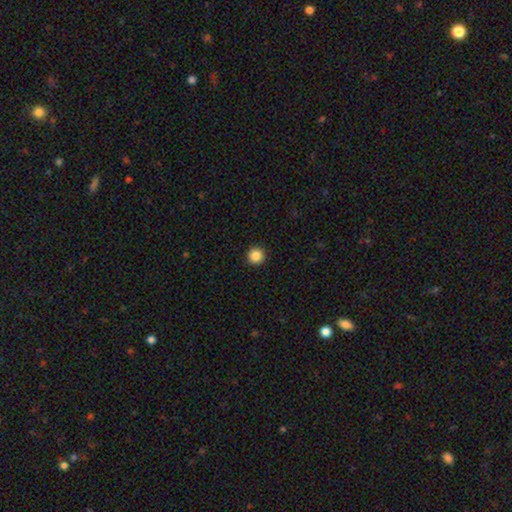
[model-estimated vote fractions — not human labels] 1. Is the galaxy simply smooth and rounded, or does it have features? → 86% smooth, 11% star or artifact, 3% featured or disk.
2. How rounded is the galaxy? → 96% round, 3% in between, 1% cigar-shaped.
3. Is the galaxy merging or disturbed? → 93% none, 5% minor disturbance, 2% major disturbance, 1% merger.